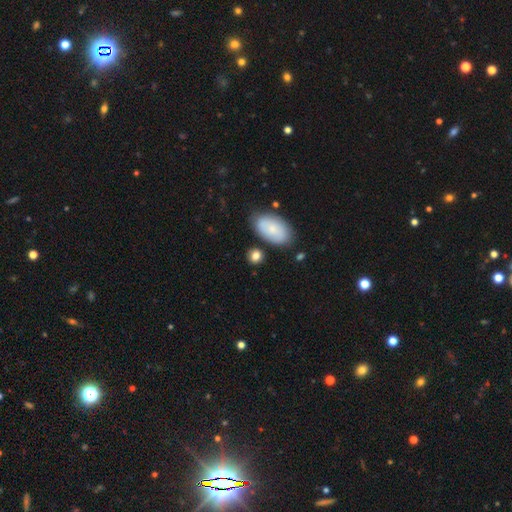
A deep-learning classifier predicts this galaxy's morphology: Smooth or featured? Predicted: smooth (p=0.81). How rounded? Predicted: round (p=0.54). Merging? Predicted: none (p=0.76).